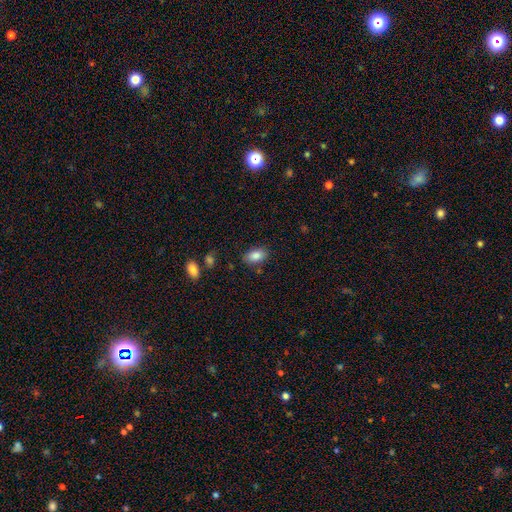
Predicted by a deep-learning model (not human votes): This appears to be a smooth galaxy with no disk features (86%) that is in between round and cigar-shaped (91%). Merging: none (81%).